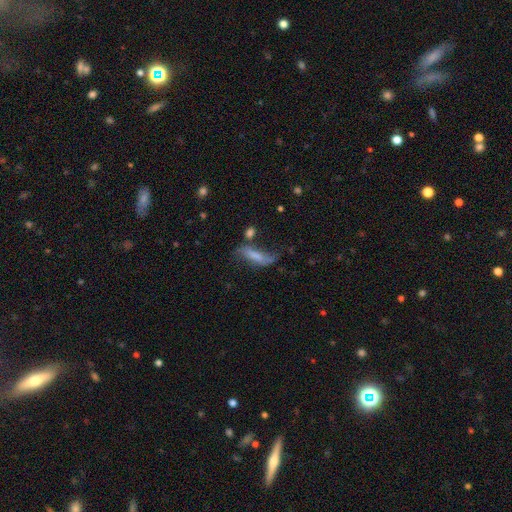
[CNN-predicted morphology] A smooth galaxy with no disk features (53%) that is cigar-shaped (52%). Merging: none (38%).